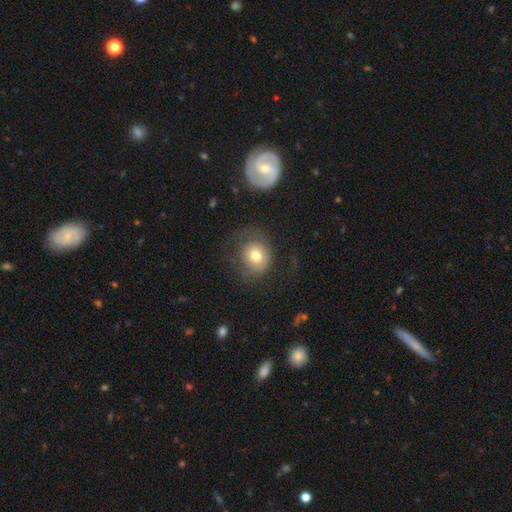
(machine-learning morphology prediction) This appears to be a smooth galaxy with no disk features (69%) that is round (75%). Merging: none (54%).